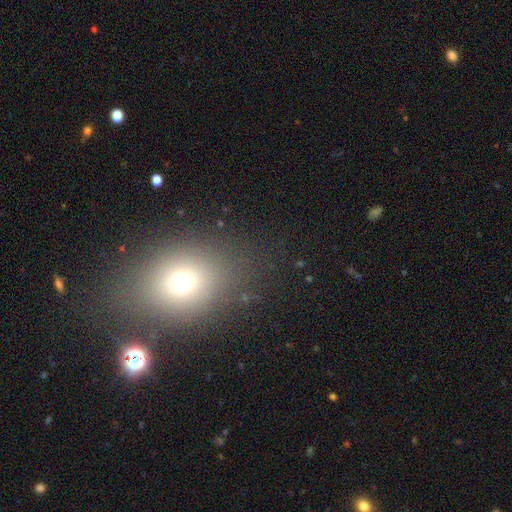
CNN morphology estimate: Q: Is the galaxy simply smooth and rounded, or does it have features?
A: smooth — 62%.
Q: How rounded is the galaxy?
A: in between — 58%.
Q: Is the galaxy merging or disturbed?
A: none — 80%.